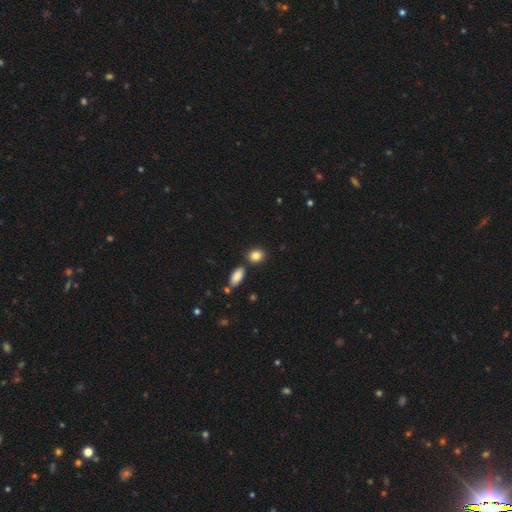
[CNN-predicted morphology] Smooth or featured? smooth (86%)
How rounded? round (57%)
Merging? none (77%)